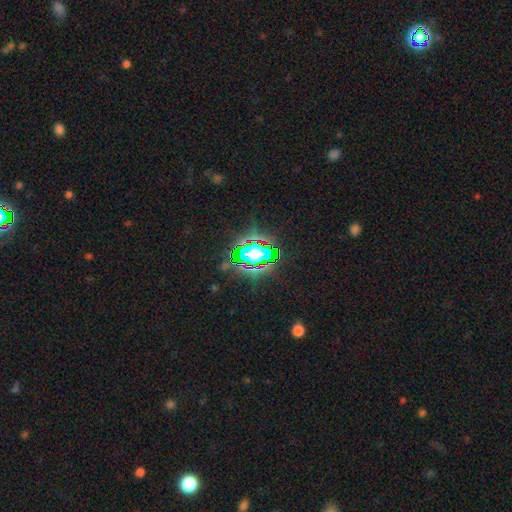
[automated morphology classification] Smooth or featured? Predicted: star or artifact (p=0.78).